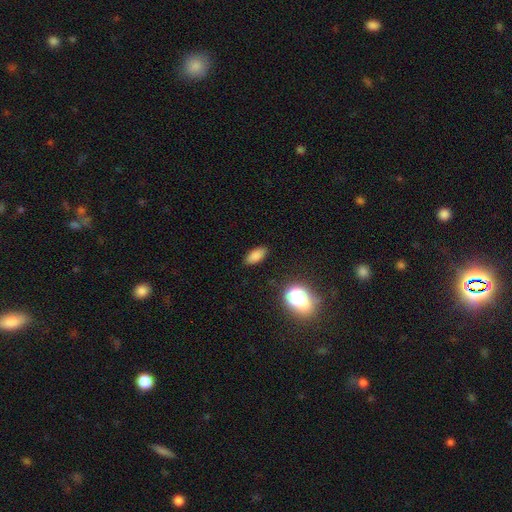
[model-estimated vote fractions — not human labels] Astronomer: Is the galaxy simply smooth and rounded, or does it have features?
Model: smooth — 82%.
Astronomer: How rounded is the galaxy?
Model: in between — 86%.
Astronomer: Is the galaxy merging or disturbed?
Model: none — 87%.